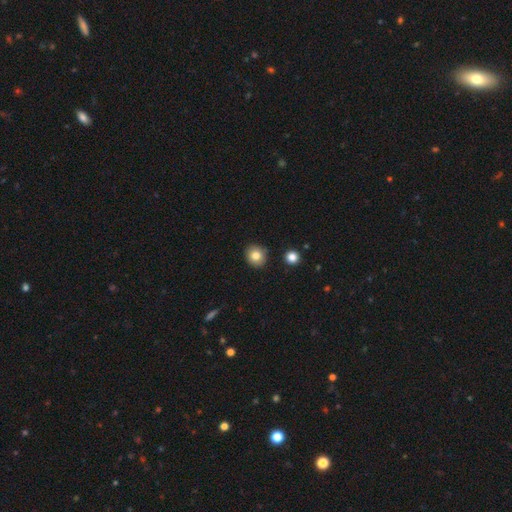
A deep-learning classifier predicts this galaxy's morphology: Q: Smooth or featured?
A: smooth (82%); runner-up: star or artifact (10%)
Q: How rounded?
A: round (86%); runner-up: in between (13%)
Q: Merging?
A: none (89%); runner-up: minor disturbance (7%)